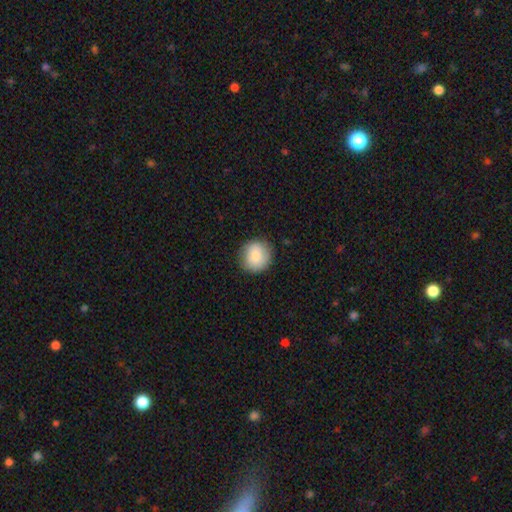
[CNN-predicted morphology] smooth_or_featured: smooth (p=0.84) [alt: featured or disk p=0.09]
how_rounded: round (p=0.91) [alt: in between p=0.08]
merging: none (p=0.86) [alt: minor disturbance p=0.11]